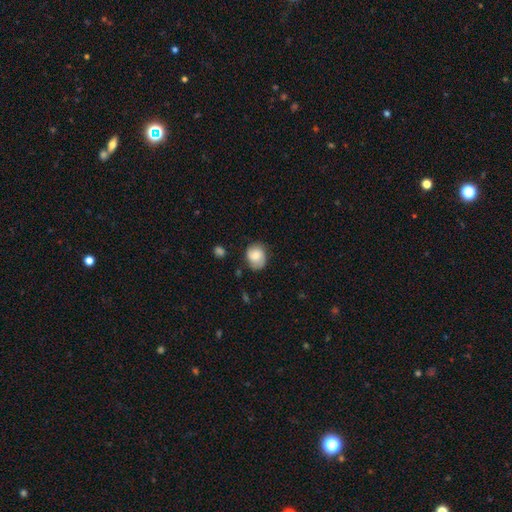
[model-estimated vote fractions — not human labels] A smooth galaxy with no disk features (73%) that is round (63%). Merging: none (69%).